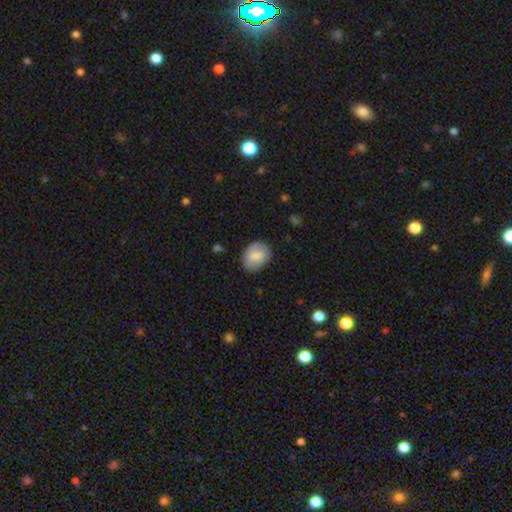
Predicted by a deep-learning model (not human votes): Smooth or featured: smooth — 79% (featured or disk — 15%)
How rounded: in between — 63% (round — 36%)
Merging: none — 77% (minor disturbance — 18%)